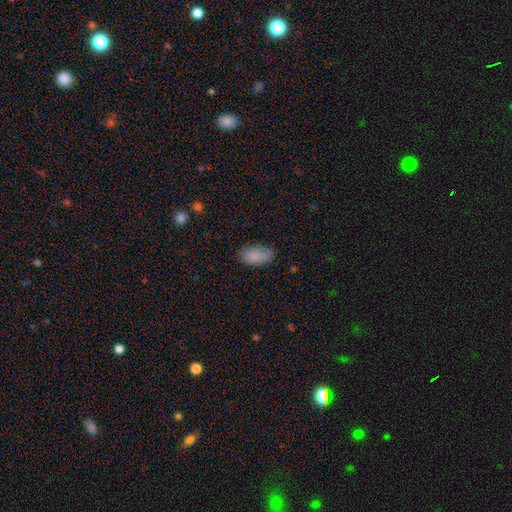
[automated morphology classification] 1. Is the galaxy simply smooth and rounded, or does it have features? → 86% smooth, 8% star or artifact, 6% featured or disk.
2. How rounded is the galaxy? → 93% in between, 4% round, 2% cigar-shaped.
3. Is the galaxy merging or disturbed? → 78% none, 17% minor disturbance, 4% major disturbance, 1% merger.